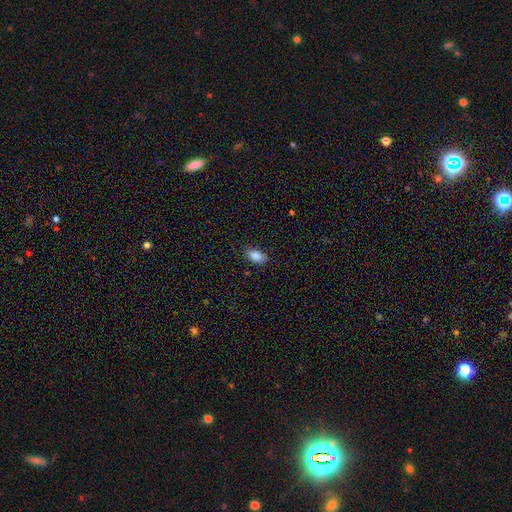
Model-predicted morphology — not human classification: Q: Smooth or featured?
A: smooth (87%); runner-up: star or artifact (7%)
Q: How rounded?
A: in between (92%); runner-up: round (4%)
Q: Merging?
A: none (85%); runner-up: minor disturbance (11%)